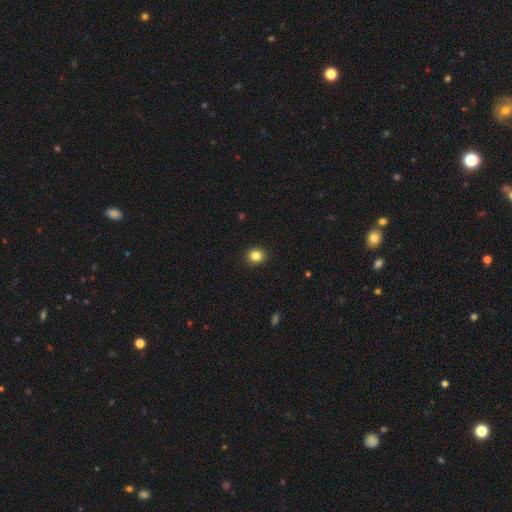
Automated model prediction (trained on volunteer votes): This is clearly a smooth galaxy (84%). How rounded: likely round (74%). Merging: clearly none (92%).